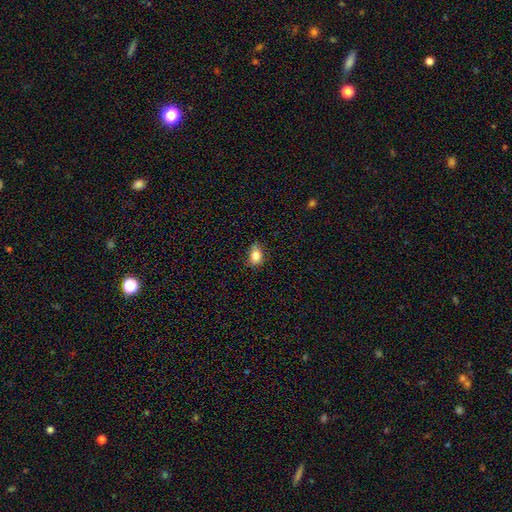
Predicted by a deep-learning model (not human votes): Smooth or featured: smooth — 84% (star or artifact — 9%)
How rounded: in between — 71% (round — 27%)
Merging: none — 69% (minor disturbance — 25%)